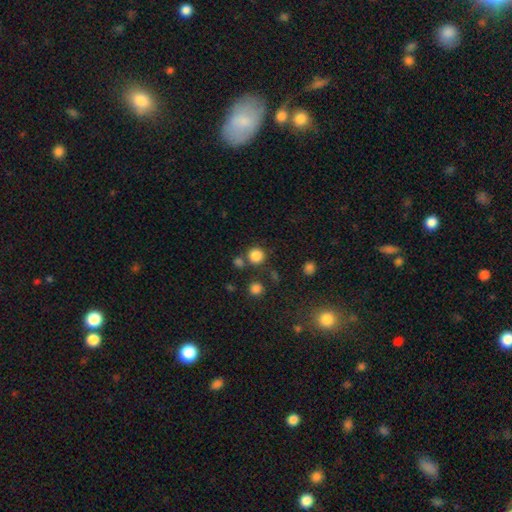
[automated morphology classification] Q: Smooth or featured?
A: smooth (83%); runner-up: star or artifact (13%)
Q: How rounded?
A: round (92%); runner-up: in between (7%)
Q: Merging?
A: none (76%); runner-up: merger (12%)